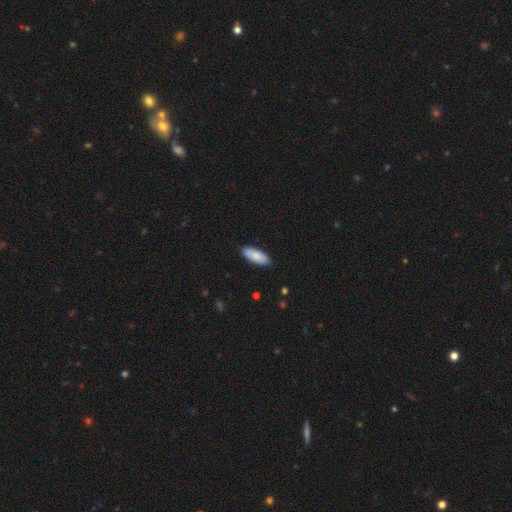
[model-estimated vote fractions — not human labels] The model was most divided on "how rounded": in between: 81%, cigar-shaped: 17%, round: 2%. More confident: merging — none (86%); smooth or featured — smooth (81%).